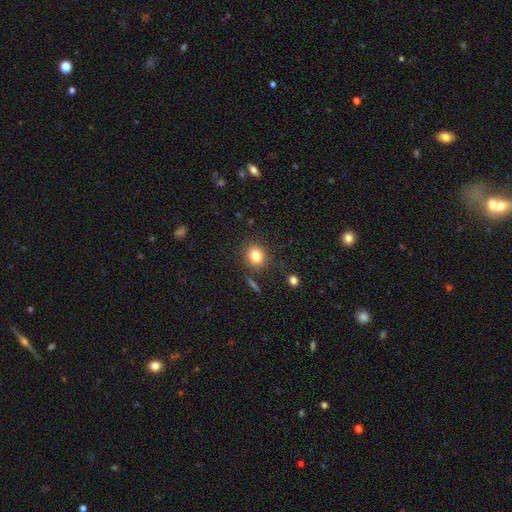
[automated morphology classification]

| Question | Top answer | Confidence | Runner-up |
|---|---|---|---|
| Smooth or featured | smooth | 82% | star or artifact (11%) |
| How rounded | round | 73% | in between (26%) |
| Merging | none | 84% | minor disturbance (10%) |